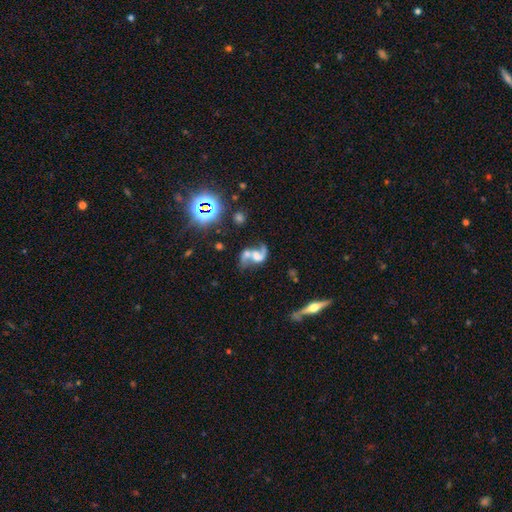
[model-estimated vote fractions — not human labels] A featured or disk galaxy (78%) with no bar (49%), 2 (87%) loose (76%) spiral arms (89%) and no central bulge (31%). Merging: none (38%).